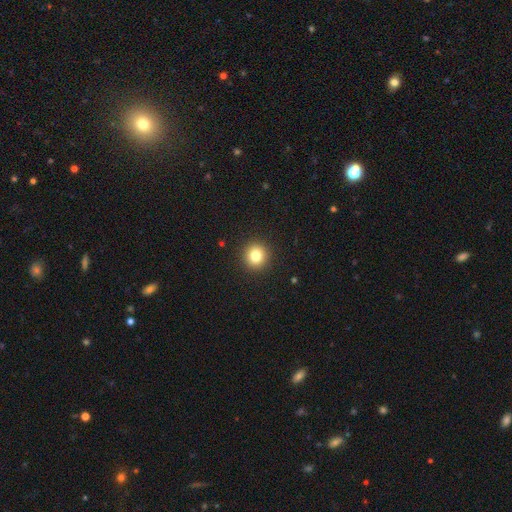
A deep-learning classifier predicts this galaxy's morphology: Q: Smooth or featured?
A: smooth (81%); runner-up: star or artifact (12%)
Q: How rounded?
A: round (93%); runner-up: in between (6%)
Q: Merging?
A: none (93%); runner-up: minor disturbance (5%)